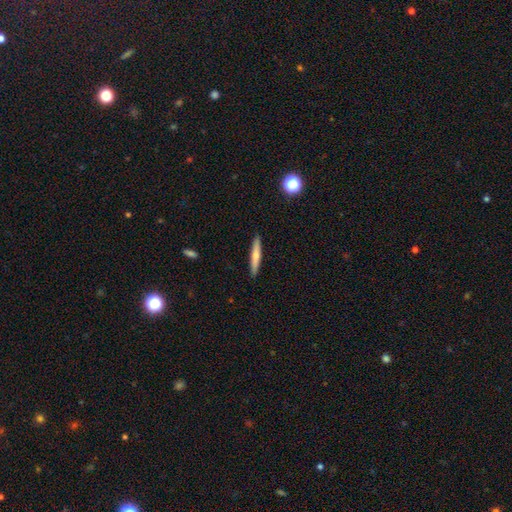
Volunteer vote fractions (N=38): smooth-or-featured: smooth: 50% (tied) | featured or disk: 50% (tied) | star or artifact: 0%
  how-rounded: cigar-shaped: 95% | round: 5% | in between: 0%
  merging: none: 87% | minor disturbance: 13% | major disturbance: 0% | merger: 0%